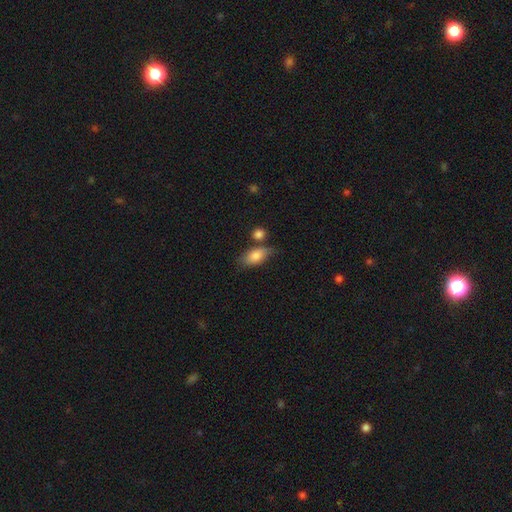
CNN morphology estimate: A smooth galaxy with no disk features (79%) that is in between round and cigar-shaped (86%).

Vote fractions:
- Smooth or featured? smooth: 79% / featured or disk: 14% / star or artifact: 7%
- How rounded? in between: 86% / cigar-shaped: 9% / round: 6%
- Merging? none: 58% / minor disturbance: 22% / merger: 13% / major disturbance: 6%